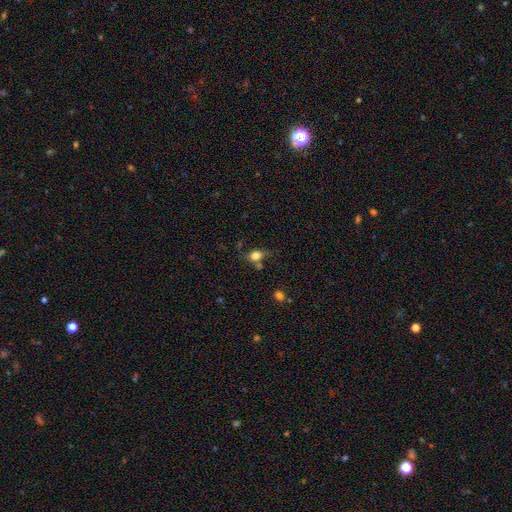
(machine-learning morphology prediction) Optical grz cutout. It shows a smooth galaxy with no disk features (75%) that is in between round and cigar-shaped (60%). Merging: none (56%).